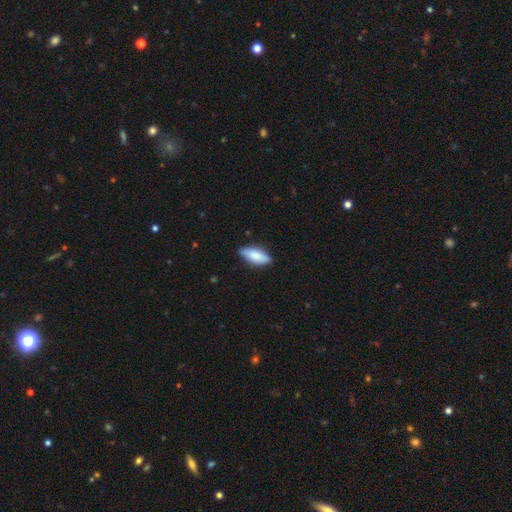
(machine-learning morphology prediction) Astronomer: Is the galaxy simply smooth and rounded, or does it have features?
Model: smooth — 80%.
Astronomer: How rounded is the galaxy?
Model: in between — 74%.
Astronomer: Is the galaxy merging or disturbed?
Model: none — 84%.